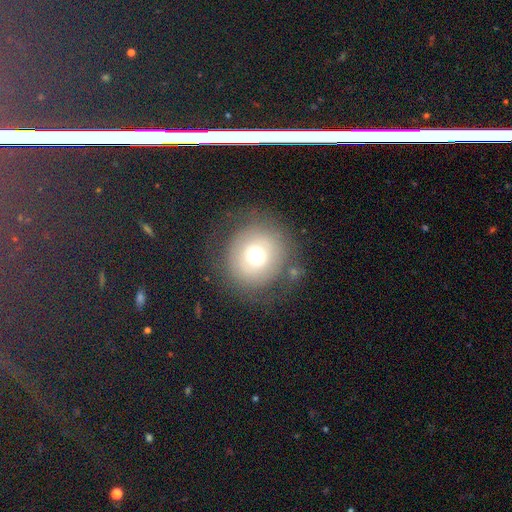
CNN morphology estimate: Smooth or featured?
  - smooth: 64% *
  - featured or disk: 22%
  - star or artifact: 14%
How rounded?
  - round: 90% *
  - in between: 9%
  - cigar-shaped: 1%
Merging?
  - none: 71% *
  - minor disturbance: 14%
  - major disturbance: 12%
  - merger: 2%